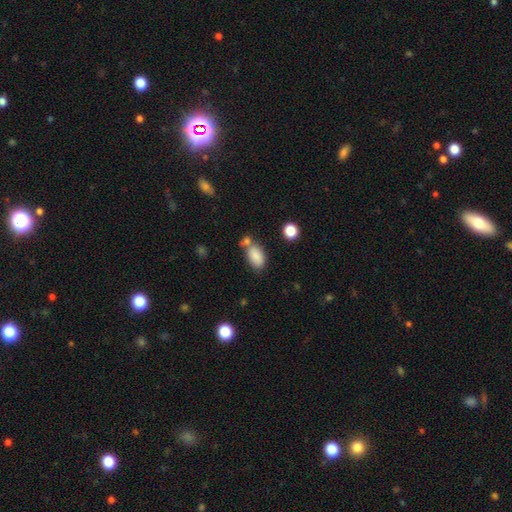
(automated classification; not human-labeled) A smooth galaxy with no disk features (86%) that is in between round and cigar-shaped (92%).

Vote fractions:
- Smooth or featured? smooth: 86% / star or artifact: 8% / featured or disk: 6%
- How rounded? in between: 92% / round: 6% / cigar-shaped: 2%
- Merging? none: 56% / merger: 25% / minor disturbance: 15% / major disturbance: 5%